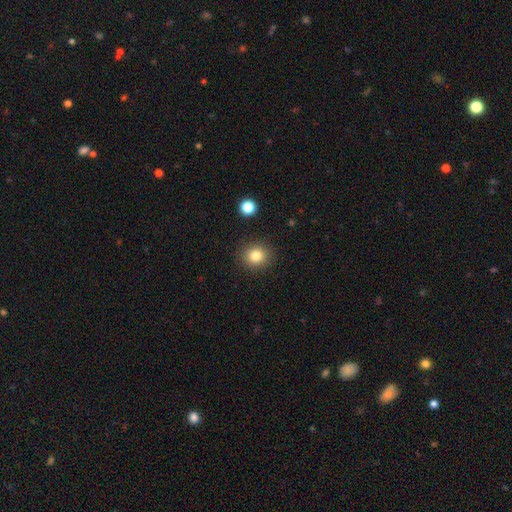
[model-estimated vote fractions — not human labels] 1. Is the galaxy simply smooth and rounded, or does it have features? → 82% smooth, 11% star or artifact, 7% featured or disk.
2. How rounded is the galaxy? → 84% round, 15% in between, 1% cigar-shaped.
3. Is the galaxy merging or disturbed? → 89% none, 7% minor disturbance, 2% major disturbance, 2% merger.